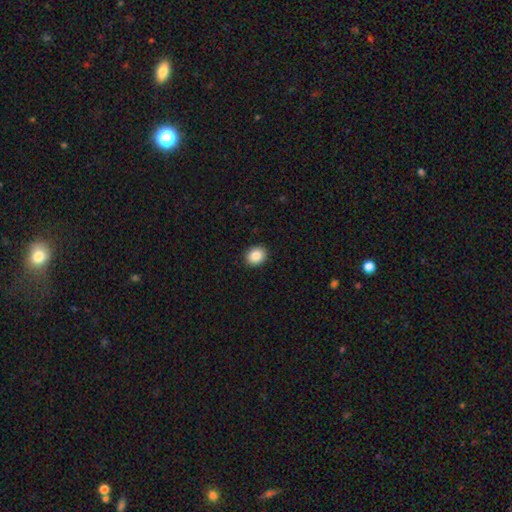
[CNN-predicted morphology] smooth 88%, star or artifact 8%, featured or disk 4%. Down the decision tree: how rounded — round (54%); merging — none (92%).